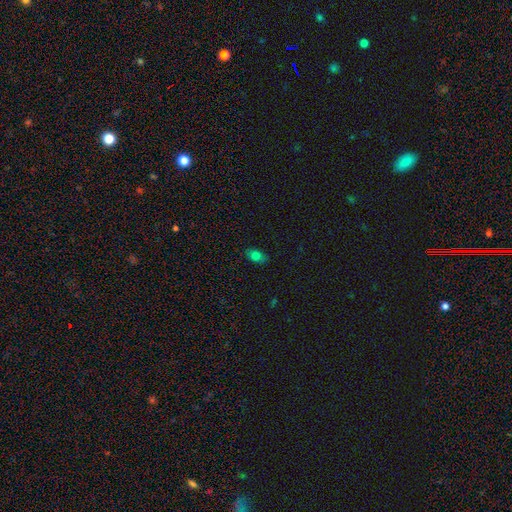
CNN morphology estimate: smooth 78%, star or artifact 13%, featured or disk 9%. Down the decision tree: how rounded — in between (84%); merging — none (84%).